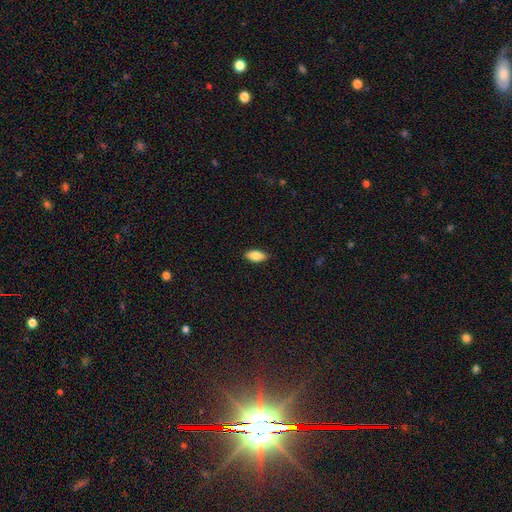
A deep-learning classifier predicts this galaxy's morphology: This appears to be a smooth galaxy with no disk features (88%) that is in between round and cigar-shaped (91%). Merging: none (87%).